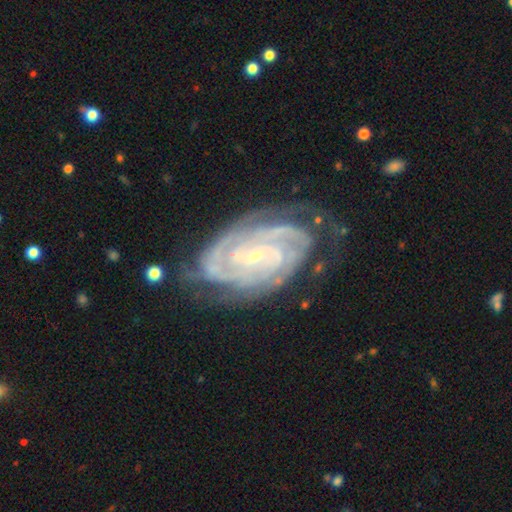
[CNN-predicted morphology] Smooth or featured? Predicted: featured or disk (p=0.92). Edge-on disk? Predicted: no (p=0.97). Bar? Predicted: weak (p=0.42). Spiral arms? Predicted: yes (p=0.98). Spiral winding? Predicted: tight (p=0.78). Spiral arm count? Predicted: 2 (p=0.30). Bulge size? Predicted: small (p=0.80). Merging? Predicted: none (p=0.70).